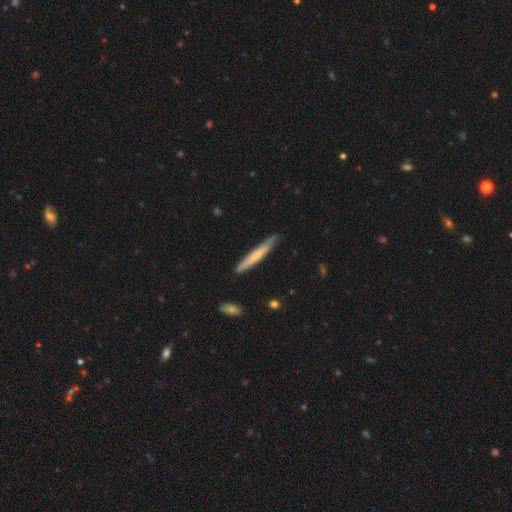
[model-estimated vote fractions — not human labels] Smooth or featured: smooth — 55% (featured or disk — 40%)
How rounded: cigar-shaped — 95% (in between — 4%)
Merging: none — 79% (minor disturbance — 17%)